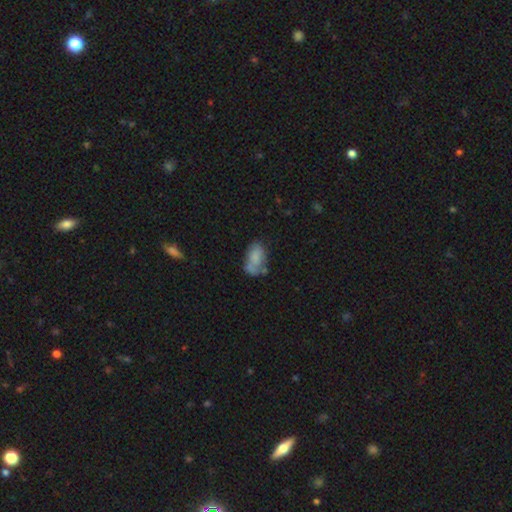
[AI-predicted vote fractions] Smooth or featured: smooth — 65% (featured or disk — 23%)
How rounded: in between — 90% (round — 6%)
Merging: none — 44% (minor disturbance — 26%)